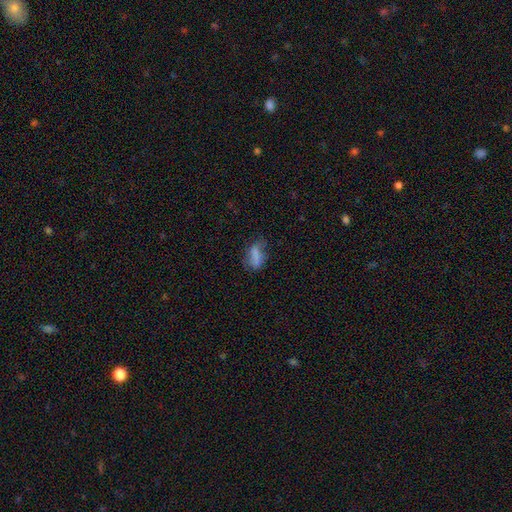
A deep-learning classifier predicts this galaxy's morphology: The model was most divided on "merging": none: 47%, minor disturbance: 29%, major disturbance: 20%, merger: 4%. More confident: how rounded — in between (77%); smooth or featured — smooth (63%).